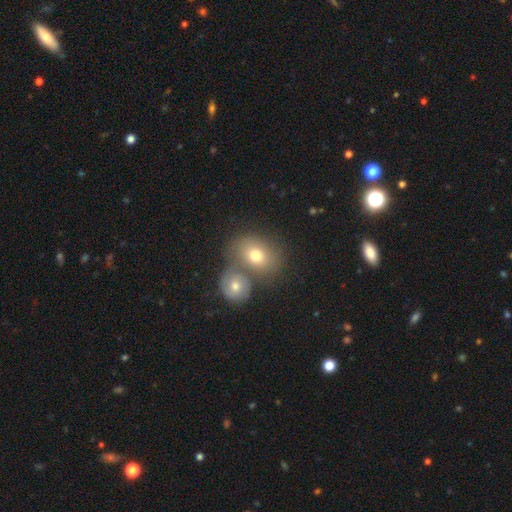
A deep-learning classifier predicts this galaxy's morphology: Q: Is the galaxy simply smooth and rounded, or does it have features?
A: smooth — 69%.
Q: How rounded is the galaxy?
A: round — 52%.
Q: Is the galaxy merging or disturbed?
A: merger — 47%.